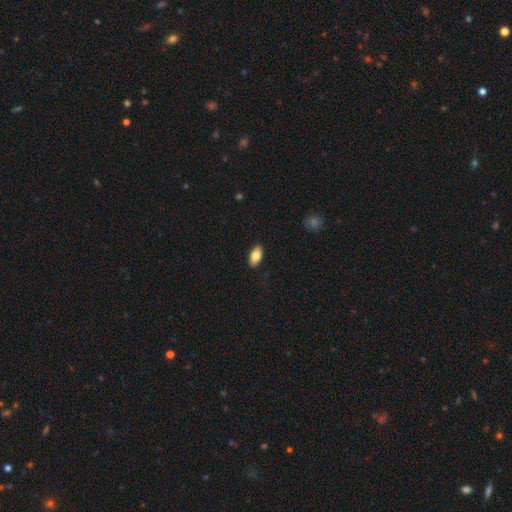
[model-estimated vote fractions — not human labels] This is likely a smooth galaxy (80%). How rounded: clearly in between (92%). Merging: clearly none (90%).